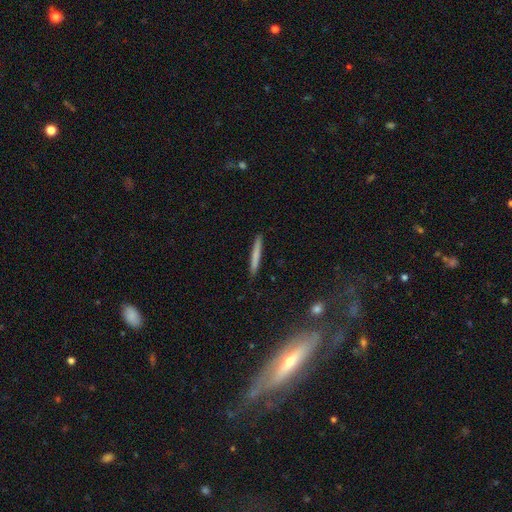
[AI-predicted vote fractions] This appears to be a smooth galaxy with no disk features (73%) that is cigar-shaped (96%). Merging: none (90%).